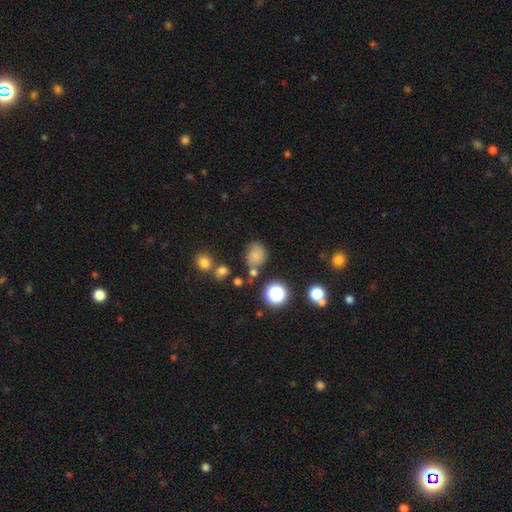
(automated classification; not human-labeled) Smooth or featured? smooth (70%)
How rounded? round (59%)
Merging? none (60%)